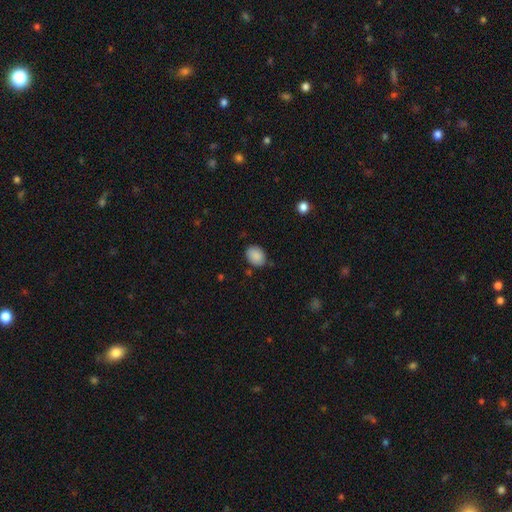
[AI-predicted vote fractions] Overall: smooth (88%). How rounded: in between (65%; round 34%). Merging: none (79%).